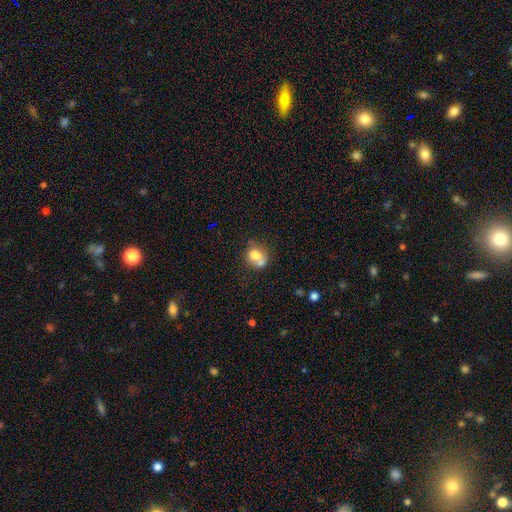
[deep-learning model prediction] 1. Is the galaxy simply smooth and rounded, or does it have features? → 66% smooth, 23% featured or disk, 11% star or artifact.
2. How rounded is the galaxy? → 57% round, 42% in between, 1% cigar-shaped.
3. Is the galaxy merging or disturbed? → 43% merger, 31% none, 15% minor disturbance, 10% major disturbance.